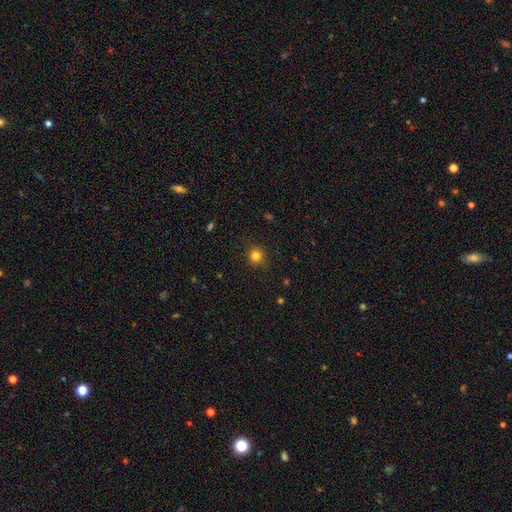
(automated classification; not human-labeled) smooth 81%, star or artifact 13%, featured or disk 5%. Down the decision tree: how rounded — round (92%); merging — none (89%).